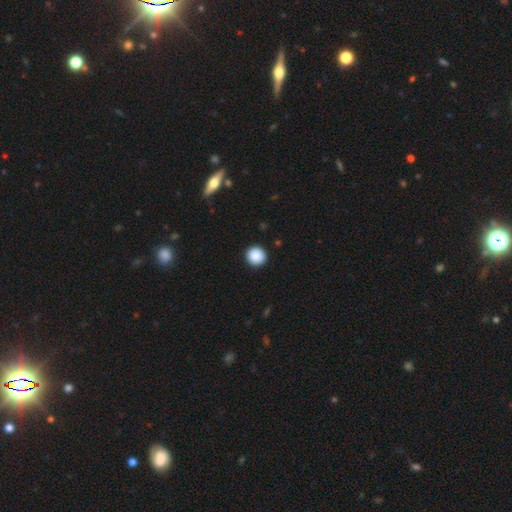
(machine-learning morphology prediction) The model was most divided on "smooth or featured": smooth: 89%, star or artifact: 8%, featured or disk: 3%. More confident: how rounded — round (94%); merging — none (93%).